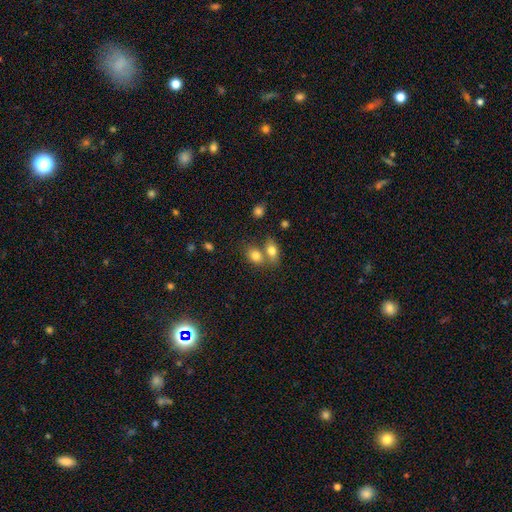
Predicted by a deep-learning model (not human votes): Smooth or featured?
  - smooth: 80% *
  - featured or disk: 10%
  - star or artifact: 10%
How rounded?
  - in between: 75% *
  - round: 23%
  - cigar-shaped: 2%
Merging?
  - merger: 48% *
  - none: 39%
  - minor disturbance: 9%
  - major disturbance: 4%